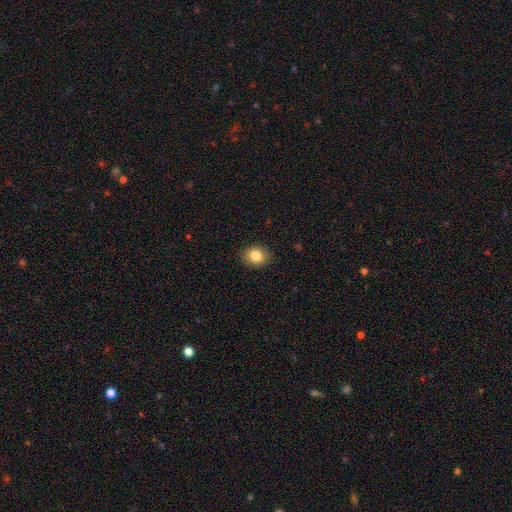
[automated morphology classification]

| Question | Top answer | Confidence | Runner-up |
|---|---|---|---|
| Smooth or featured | smooth | 83% | star or artifact (9%) |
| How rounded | round | 55% | in between (44%) |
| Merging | none | 89% | minor disturbance (8%) |